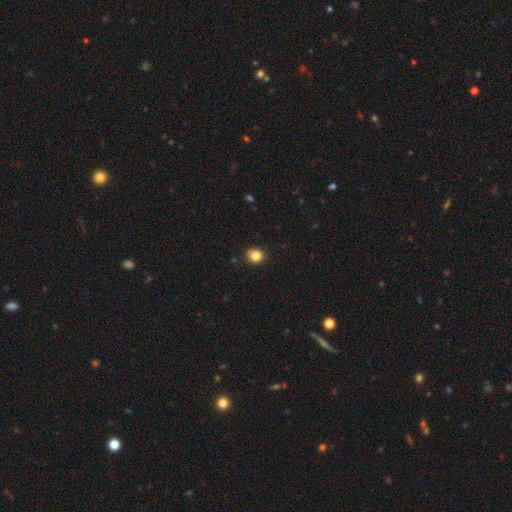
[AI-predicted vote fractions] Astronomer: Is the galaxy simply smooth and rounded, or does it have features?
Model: smooth — 84%.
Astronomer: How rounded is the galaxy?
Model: round — 78%.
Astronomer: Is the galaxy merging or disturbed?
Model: none — 84%.